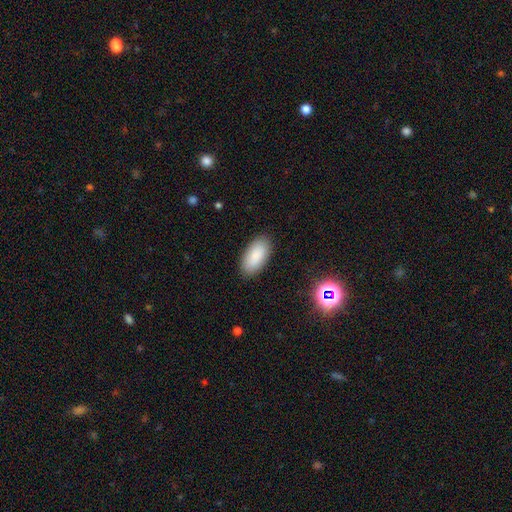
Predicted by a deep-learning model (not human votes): The model was most divided on "merging": none: 88%, minor disturbance: 9%, major disturbance: 2%, merger: 1%. More confident: how rounded — in between (94%); smooth or featured — smooth (88%).